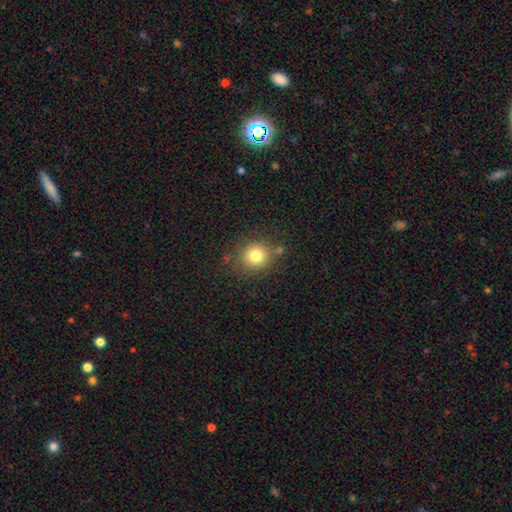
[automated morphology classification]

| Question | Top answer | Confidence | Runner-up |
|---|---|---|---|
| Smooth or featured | smooth | 80% | star or artifact (12%) |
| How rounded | round | 84% | in between (16%) |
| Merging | none | 80% | minor disturbance (11%) |